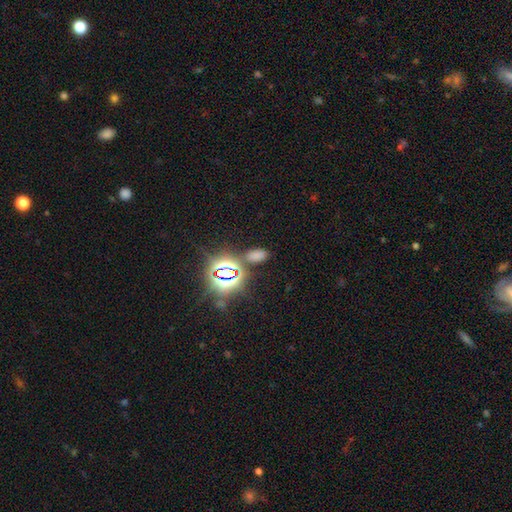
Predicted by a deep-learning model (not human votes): Smooth or featured? smooth (57%)
How rounded? in between (89%)
Merging? none (79%)